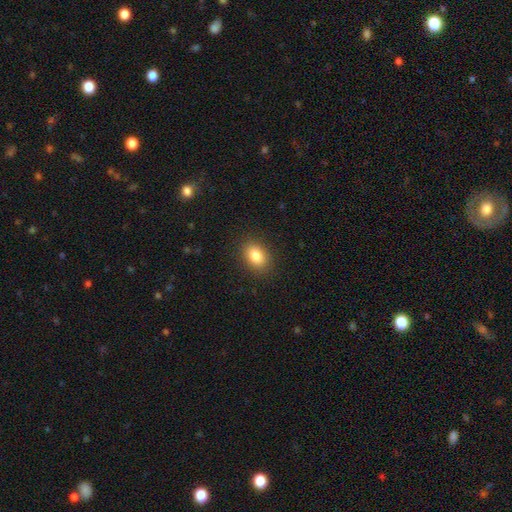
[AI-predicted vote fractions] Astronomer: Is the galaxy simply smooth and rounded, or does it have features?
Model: smooth — 84%.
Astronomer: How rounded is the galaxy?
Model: in between — 77%.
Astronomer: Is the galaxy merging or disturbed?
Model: none — 88%.